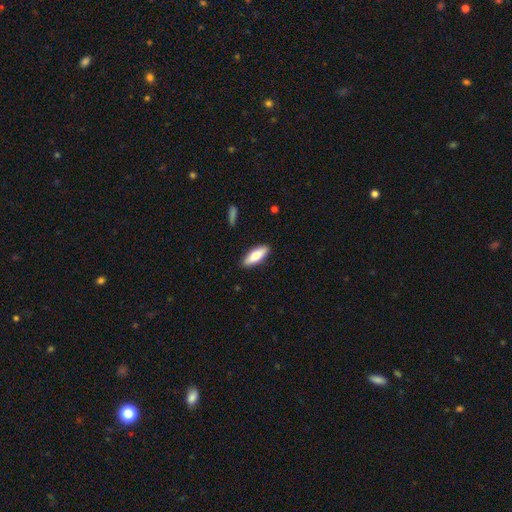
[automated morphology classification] type=smooth (75%); roundness=in between (62%); merging=none (89%).